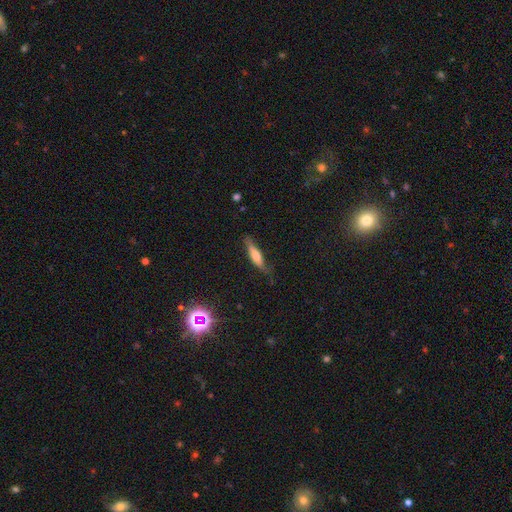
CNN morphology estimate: The model was most divided on "smooth or featured": smooth: 55%, featured or disk: 36%, star or artifact: 8%. More confident: how rounded — cigar-shaped (74%); merging — none (69%).